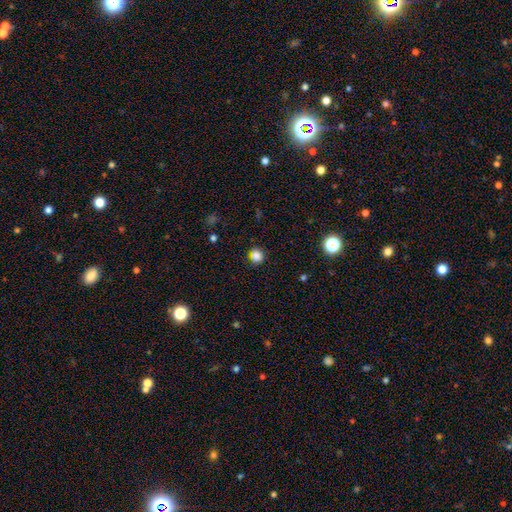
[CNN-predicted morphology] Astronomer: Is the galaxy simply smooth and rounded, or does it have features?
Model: smooth — 83%.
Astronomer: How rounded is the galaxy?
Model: round — 87%.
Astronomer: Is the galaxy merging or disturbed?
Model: none — 87%.